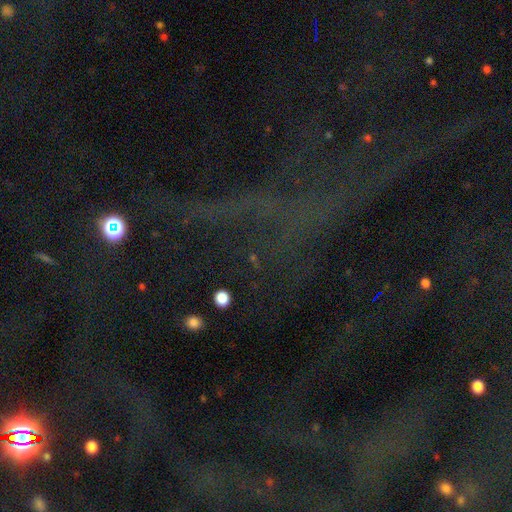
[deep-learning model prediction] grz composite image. It shows a star or artifact, not a galaxy (72%).